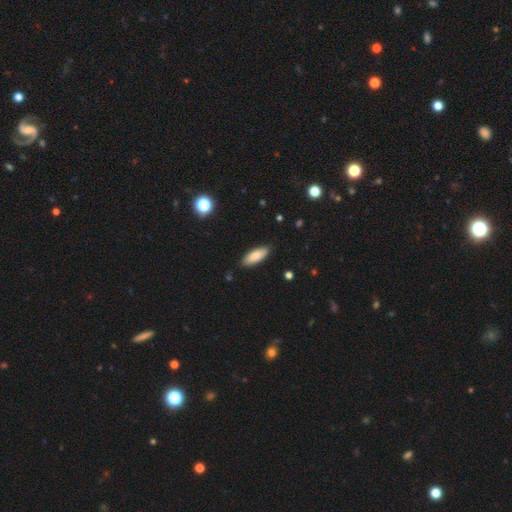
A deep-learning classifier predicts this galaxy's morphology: This appears to be a smooth galaxy with no disk features (86%) that is in between round and cigar-shaped (72%). Merging: none (87%).